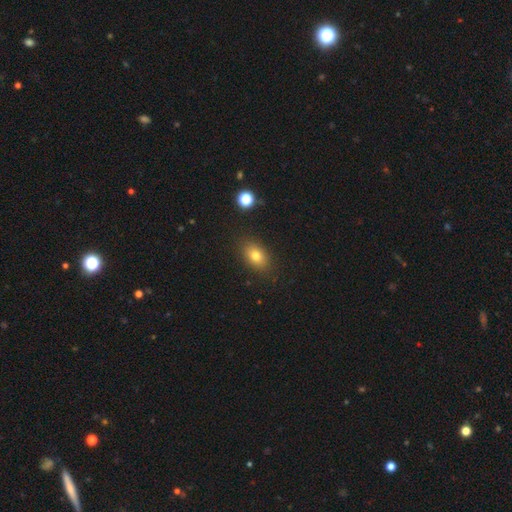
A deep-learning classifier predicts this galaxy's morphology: This is likely a smooth galaxy (78%). How rounded: clearly in between (81%). Merging: clearly none (86%).